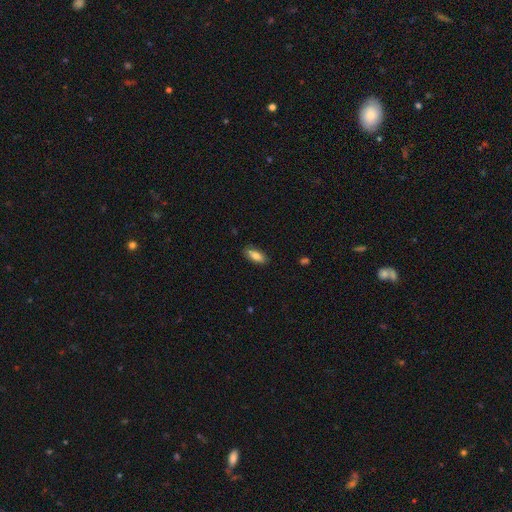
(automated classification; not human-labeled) smooth-or-featured: smooth: 79% | featured or disk: 14% | star or artifact: 7%
  how-rounded: in between: 76% | cigar-shaped: 22% | round: 2%
  merging: none: 84% | minor disturbance: 12% | major disturbance: 2% | merger: 1%